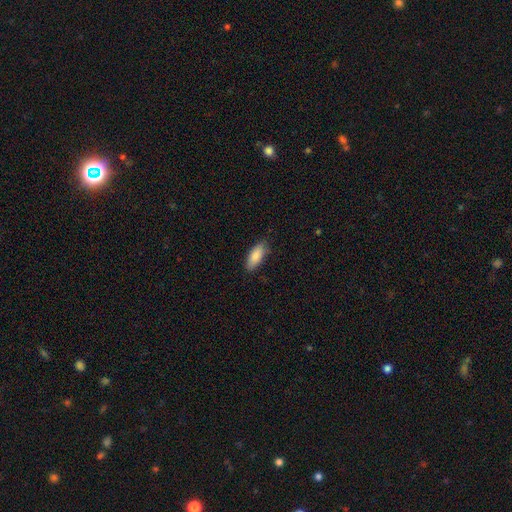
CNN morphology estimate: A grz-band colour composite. It shows a smooth galaxy with no disk features (87%) that is in between round and cigar-shaped (78%). Merging: none (84%).